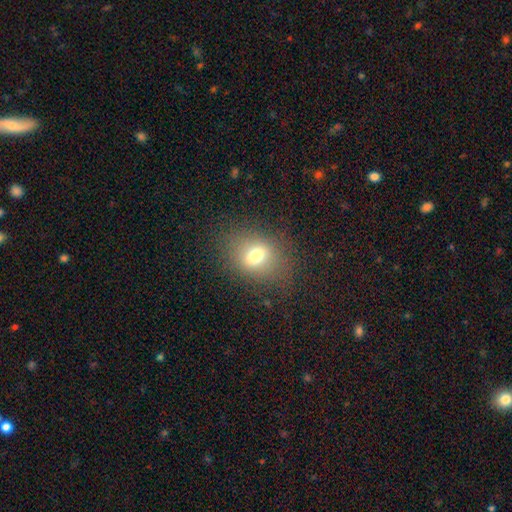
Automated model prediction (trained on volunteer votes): Morphology: type=smooth (70%); roundness=in between (53%); merging=none (79%).